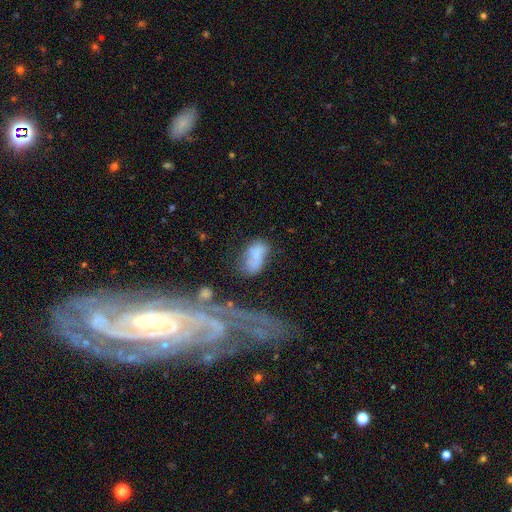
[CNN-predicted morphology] A smooth galaxy with no disk features (61%) that is in between round and cigar-shaped (90%). Merging: none (40%).